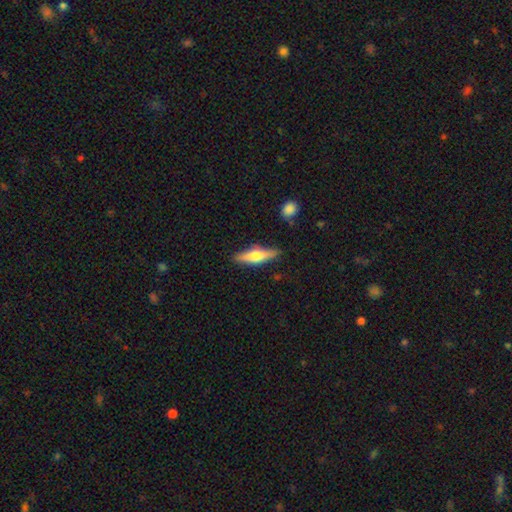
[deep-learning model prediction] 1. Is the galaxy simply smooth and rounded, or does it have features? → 50% smooth, 44% featured or disk, 6% star or artifact.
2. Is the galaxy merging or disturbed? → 83% none, 12% minor disturbance, 3% major disturbance, 2% merger.